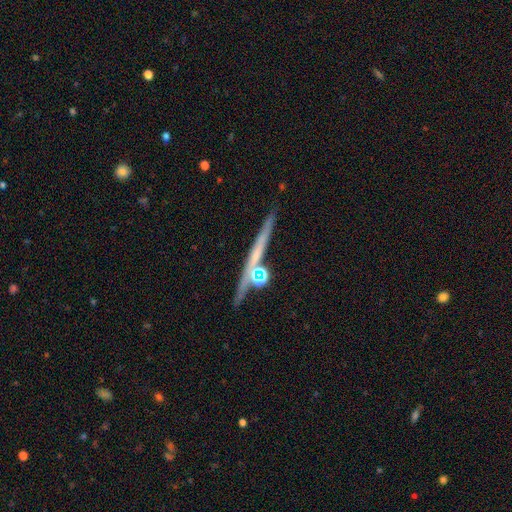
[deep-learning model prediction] Overall: featured or disk (60%; smooth 28%). Edge-on disk: yes (92%). Edge-on bulge: none (65%; rounded 26%). Merging: none (71%).